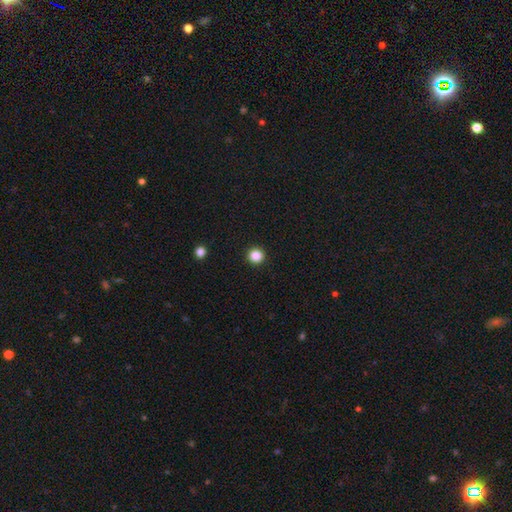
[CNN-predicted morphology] Smooth or featured? Predicted: smooth (p=0.86). How rounded? Predicted: round (p=0.94). Merging? Predicted: none (p=0.93).